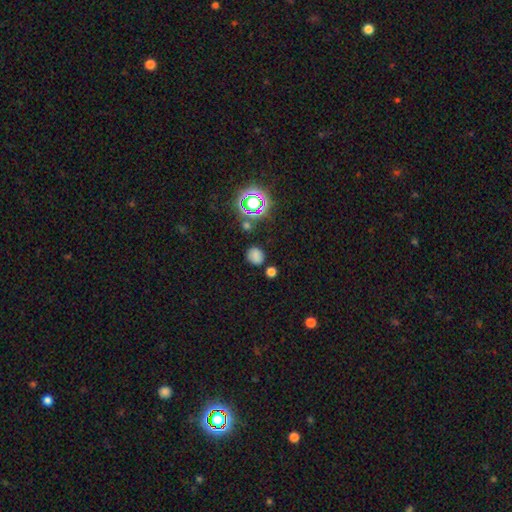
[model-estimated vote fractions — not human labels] smooth_or_featured: smooth (p=0.73) [alt: star or artifact p=0.20]
how_rounded: round (p=0.64) [alt: in between p=0.35]
merging: none (p=0.76) [alt: minor disturbance p=0.13]